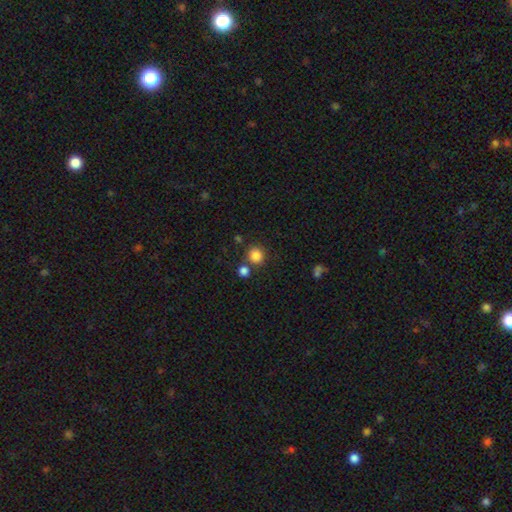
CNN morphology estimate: This appears to be a smooth galaxy with no disk features (84%) that is round (89%). Merging: none (75%).